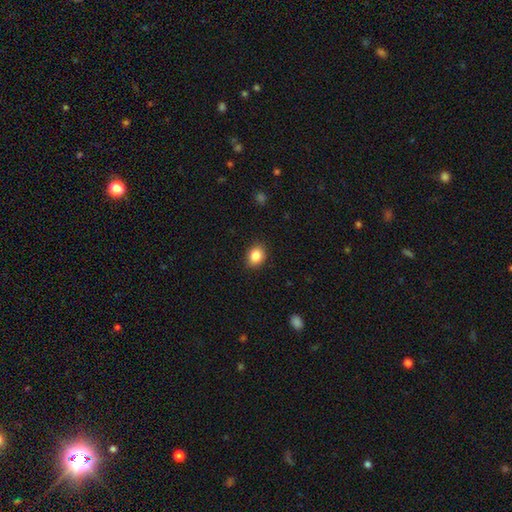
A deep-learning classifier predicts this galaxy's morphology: Smooth or featured? smooth (86%)
How rounded? round (52%)
Merging? none (89%)